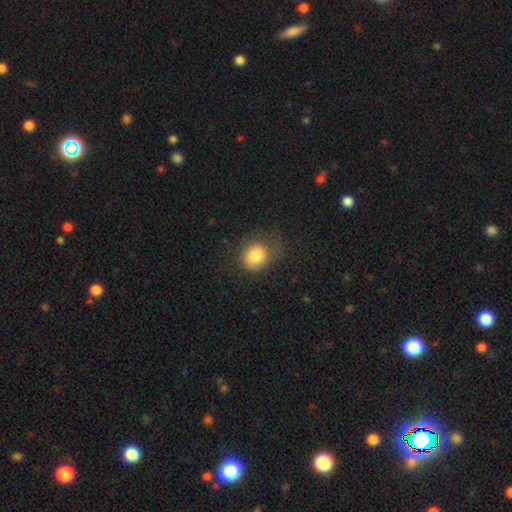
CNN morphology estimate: smooth 81%, featured or disk 10%, star or artifact 9%. Down the decision tree: how rounded — round (64%); merging — none (52%).